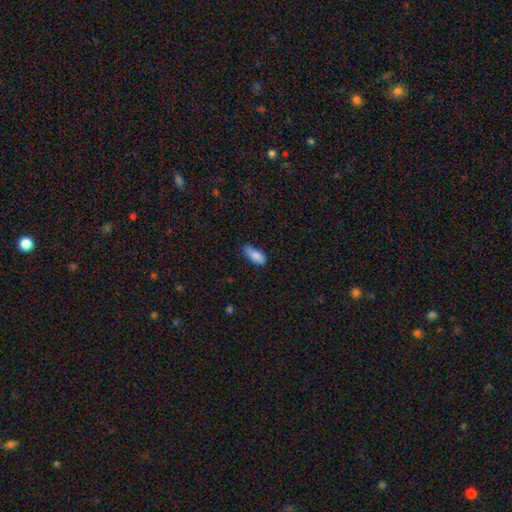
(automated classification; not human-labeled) The model was most divided on "merging": none: 54%, minor disturbance: 36%, major disturbance: 8%, merger: 2%. More confident: smooth or featured — smooth (85%); how rounded — in between (81%).